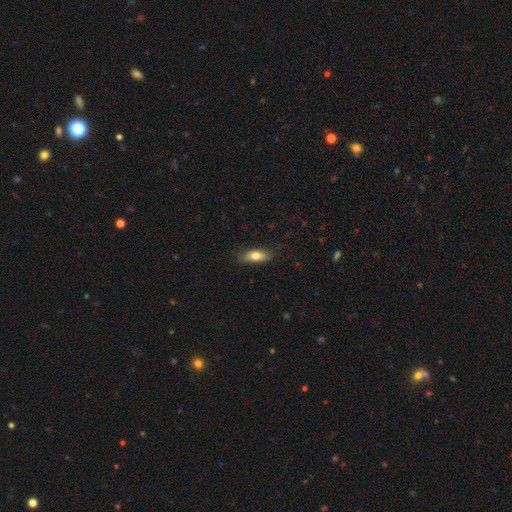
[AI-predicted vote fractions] A smooth galaxy with no disk features (75%) that is in between round and cigar-shaped (71%).

Vote fractions:
- Smooth or featured? smooth: 75% / featured or disk: 18% / star or artifact: 7%
- How rounded? in between: 71% / cigar-shaped: 26% / round: 3%
- Merging? none: 79% / minor disturbance: 16% / major disturbance: 3% / merger: 1%